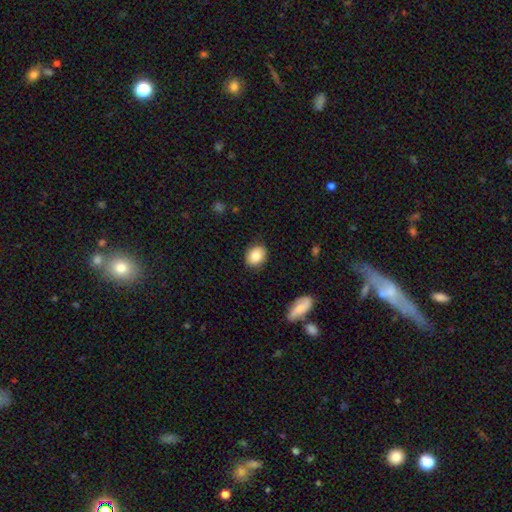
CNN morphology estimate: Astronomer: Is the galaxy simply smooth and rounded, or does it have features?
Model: smooth — 85%.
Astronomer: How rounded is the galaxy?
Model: in between — 53% (runner-up: round, 46%).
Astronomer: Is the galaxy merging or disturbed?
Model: none — 87%.